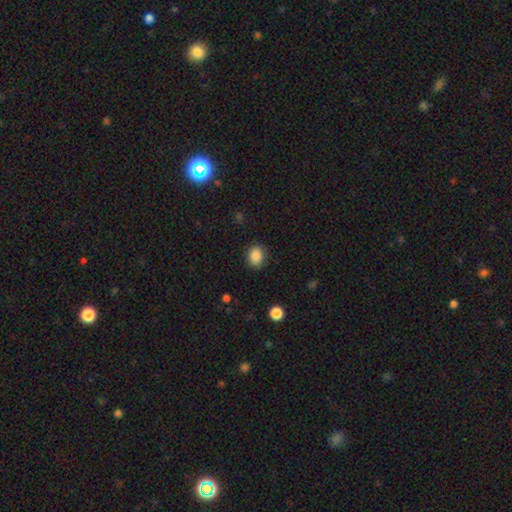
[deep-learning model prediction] Overall: smooth (87%). How rounded: in between (52%; round 47%). Merging: none (88%).